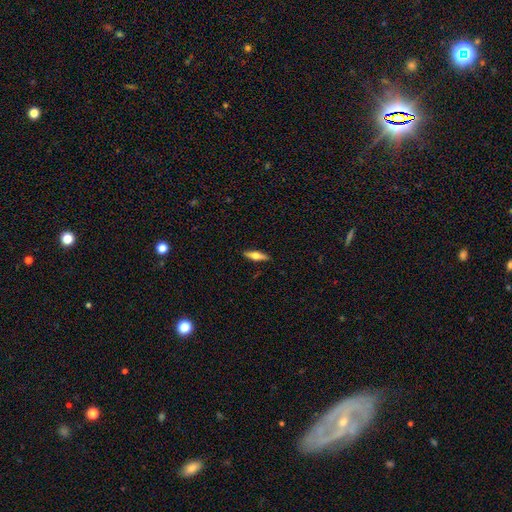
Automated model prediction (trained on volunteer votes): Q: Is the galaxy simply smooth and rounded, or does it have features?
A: featured or disk — 50%.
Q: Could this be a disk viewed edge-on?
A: yes — 93%.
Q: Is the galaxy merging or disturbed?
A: none — 89%.